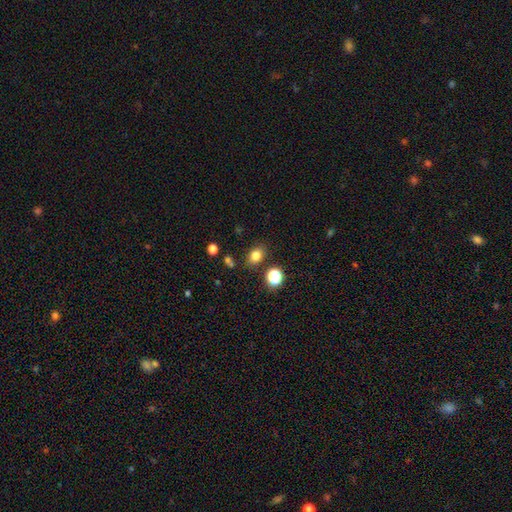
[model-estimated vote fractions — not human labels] Morphology: type=smooth (79%); roundness=in between (60%); merging=none (80%).